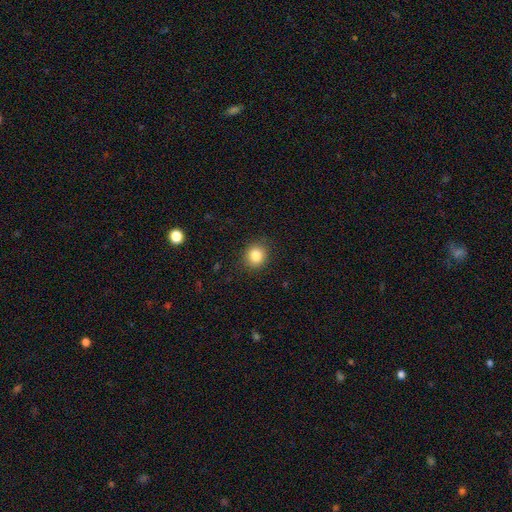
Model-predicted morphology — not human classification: smooth-or-featured: smooth: 84% | star or artifact: 11% | featured or disk: 6%
  how-rounded: round: 82% | in between: 17% | cigar-shaped: 1%
  merging: none: 88% | minor disturbance: 9% | major disturbance: 3% | merger: 1%